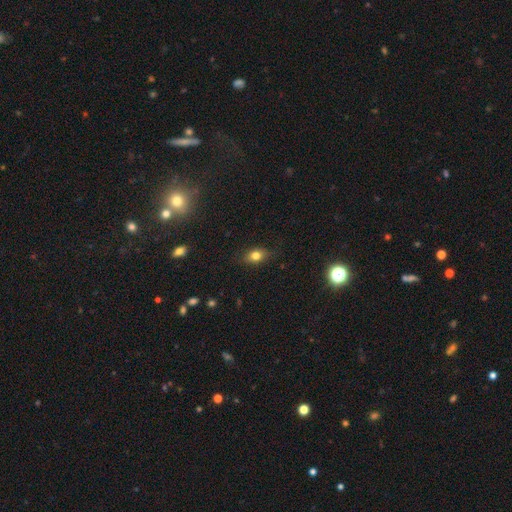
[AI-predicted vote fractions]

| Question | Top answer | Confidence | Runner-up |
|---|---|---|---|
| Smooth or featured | smooth | 76% | featured or disk (12%) |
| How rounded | in between | 70% | round (25%) |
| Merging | none | 80% | minor disturbance (15%) |